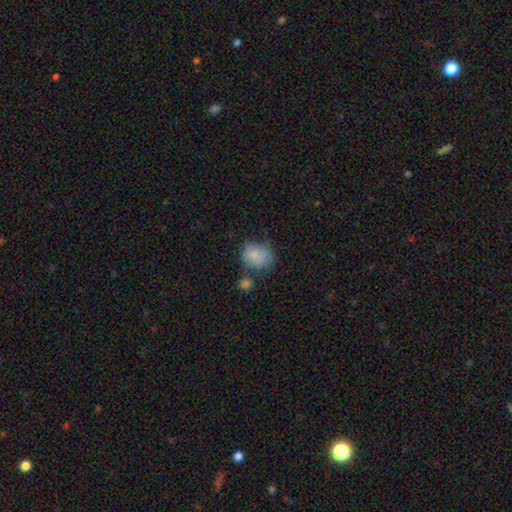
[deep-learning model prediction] Q: Smooth or featured?
A: smooth (76%); runner-up: featured or disk (16%)
Q: How rounded?
A: round (61%); runner-up: in between (38%)
Q: Merging?
A: none (42%); runner-up: minor disturbance (27%)